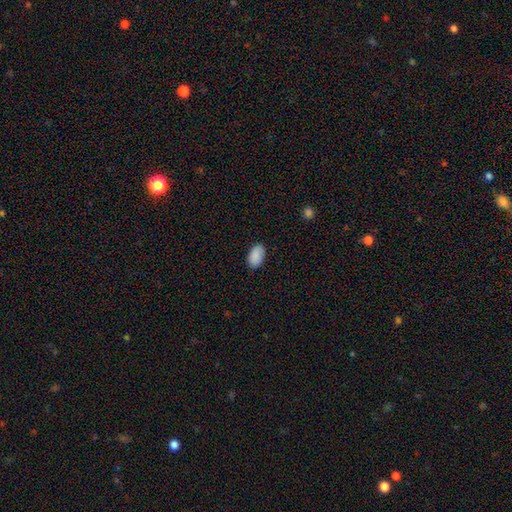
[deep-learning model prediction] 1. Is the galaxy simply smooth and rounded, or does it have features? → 90% smooth, 7% star or artifact, 3% featured or disk.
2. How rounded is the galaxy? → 92% in between, 7% round, 1% cigar-shaped.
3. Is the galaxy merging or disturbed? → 84% none, 12% minor disturbance, 2% major disturbance, 1% merger.